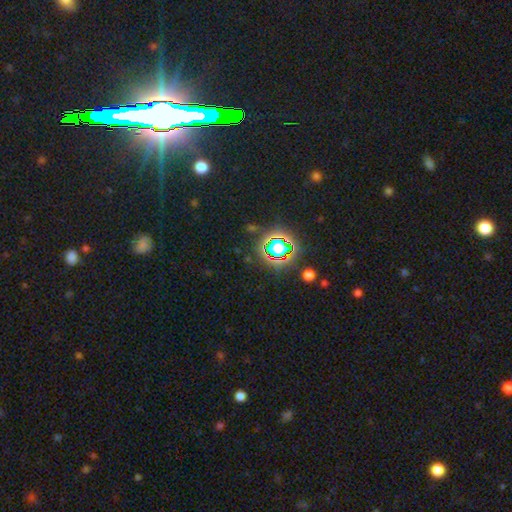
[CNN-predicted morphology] star or artifact 82%, smooth 9%, featured or disk 9%.